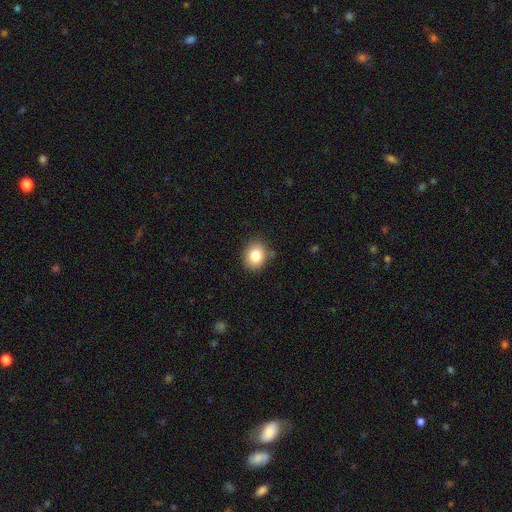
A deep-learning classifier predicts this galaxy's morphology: Overall: smooth (82%). How rounded: round (60%; in between 39%). Merging: none (85%).